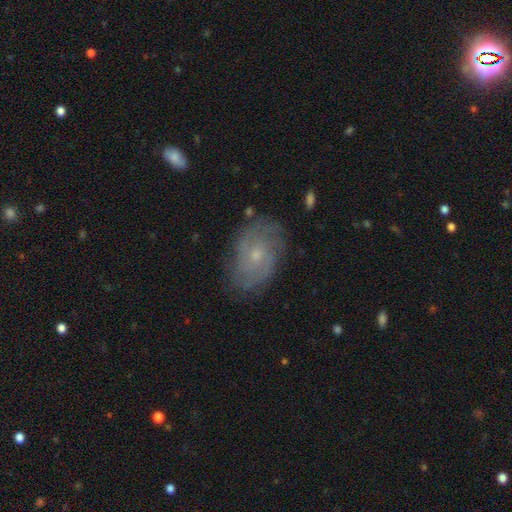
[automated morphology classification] Overall: featured or disk (74%). Edge-on disk: no (97%). Bar: no (72%). Spiral arms: yes (91%). Spiral arm count: 2 (36%, tied with can't tell). Spiral winding: tight (58%; medium 33%). Bulge size: small (66%; moderate 29%). Merging: none (77%).